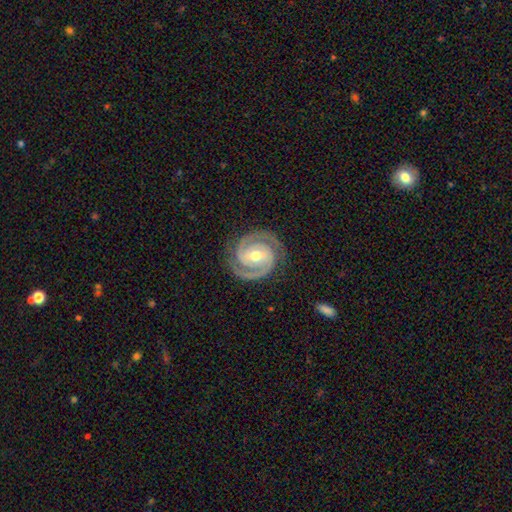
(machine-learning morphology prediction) The model was most divided on "bar": weak: 43%, strong: 33%, no: 24%. More confident: spiral arms — yes (99%); edge-on disk — no (98%); smooth or featured — featured or disk (93%); spiral arm count — 2 (92%); merging — none (85%); spiral winding — tight (69%); bulge size — moderate (64%).